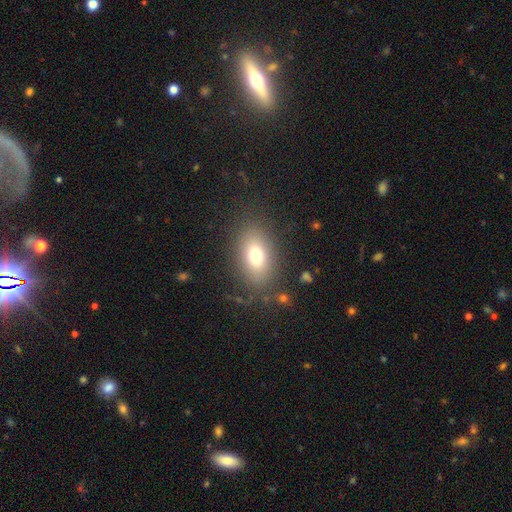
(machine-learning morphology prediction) Smooth or featured? smooth (74%)
How rounded? in between (82%)
Merging? none (82%)